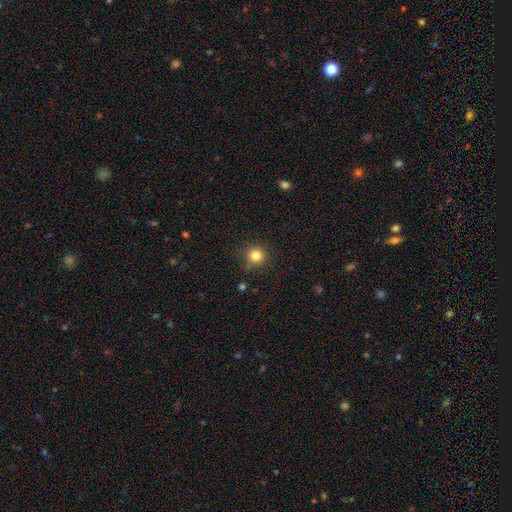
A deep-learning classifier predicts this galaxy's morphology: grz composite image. It shows a smooth galaxy with no disk features (82%) that is round (94%). Merging: none (86%).